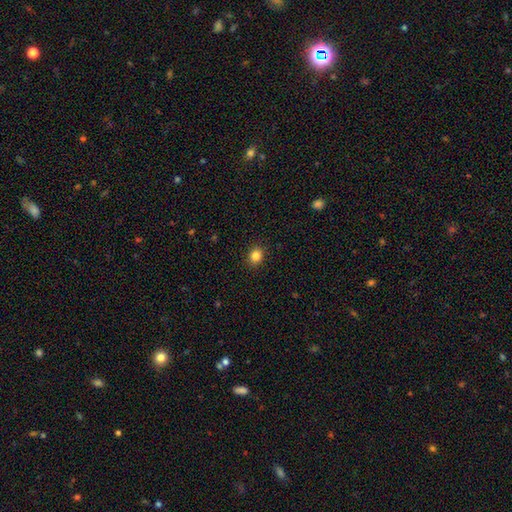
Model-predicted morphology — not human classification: A smooth galaxy with no disk features (84%) that is round (69%).

Vote fractions:
- Smooth or featured? smooth: 84% / star or artifact: 11% / featured or disk: 4%
- How rounded? round: 69% / in between: 30% / cigar-shaped: 1%
- Merging? none: 90% / minor disturbance: 7% / major disturbance: 2% / merger: 1%